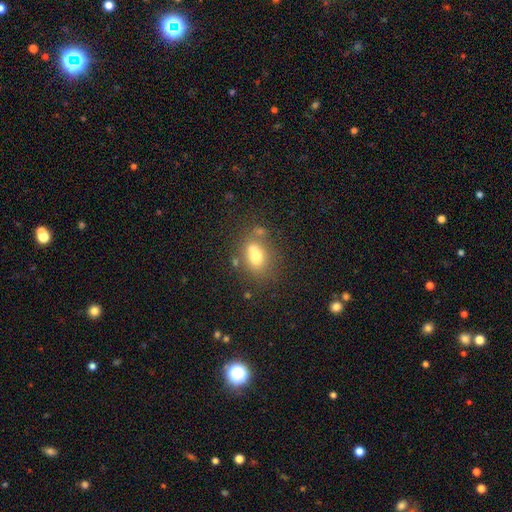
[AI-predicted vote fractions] A smooth galaxy with no disk features (67%) that is in between round and cigar-shaped (57%). Merging: none (44%).